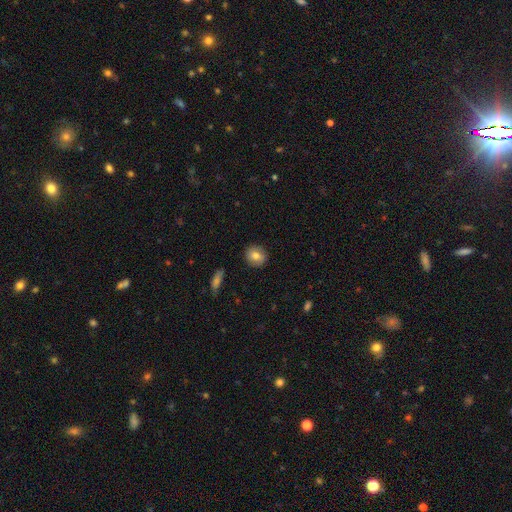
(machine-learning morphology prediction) A smooth galaxy with no disk features (75%) that is round (82%). Merging: none (87%).